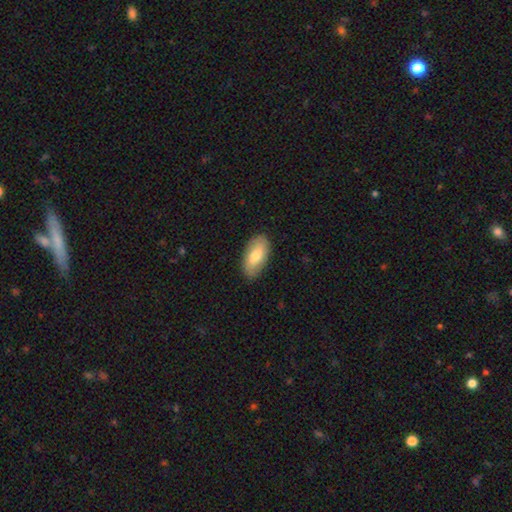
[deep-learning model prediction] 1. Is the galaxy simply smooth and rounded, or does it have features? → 74% smooth, 20% featured or disk, 6% star or artifact.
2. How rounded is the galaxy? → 92% in between, 5% cigar-shaped, 3% round.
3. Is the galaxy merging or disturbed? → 87% none, 10% minor disturbance, 2% major disturbance, 1% merger.